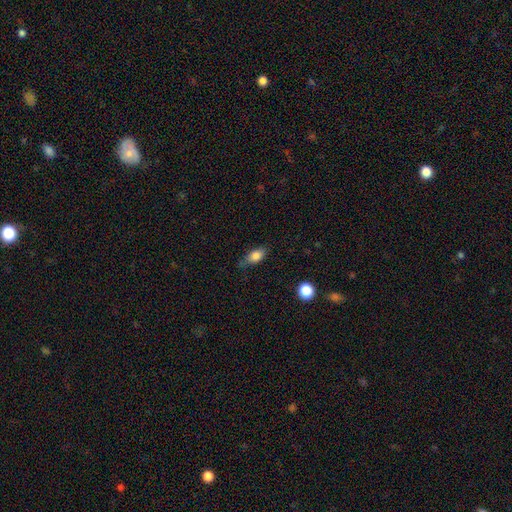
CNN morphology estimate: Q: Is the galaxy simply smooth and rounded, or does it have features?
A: smooth — 80%.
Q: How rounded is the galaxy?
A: in between — 81%.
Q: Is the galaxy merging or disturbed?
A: none — 63%.